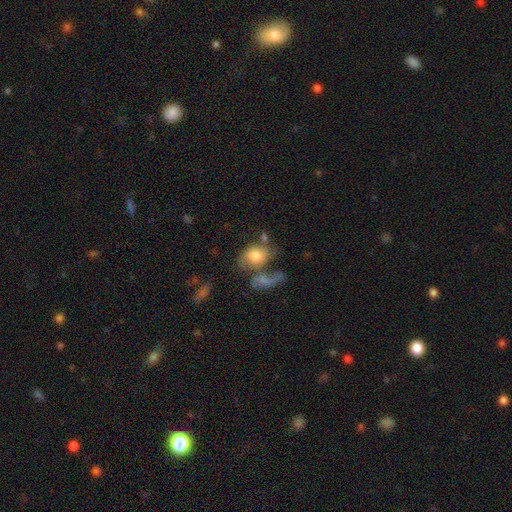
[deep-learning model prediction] The model was most divided on "merging": merger: 35%, none: 29%, major disturbance: 18%, minor disturbance: 17%. More confident: how rounded — in between (69%); smooth or featured — smooth (69%).